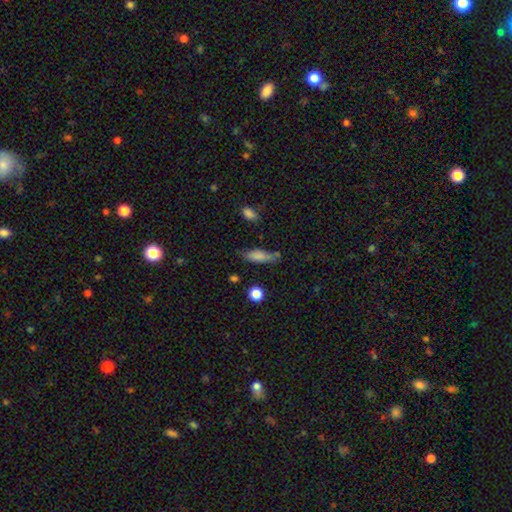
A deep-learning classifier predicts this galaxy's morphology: type=smooth (74%); roundness=cigar-shaped (52%); merging=none (66%).